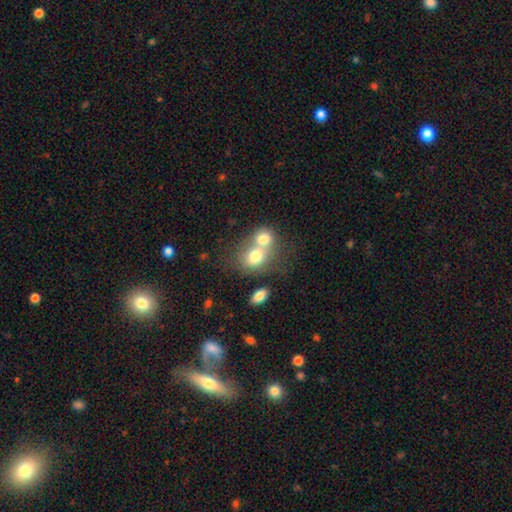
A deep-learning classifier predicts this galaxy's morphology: smooth-or-featured: smooth: 72% | featured or disk: 18% | star or artifact: 10%
  how-rounded: round: 56% | in between: 43% | cigar-shaped: 1%
  merging: merger: 65% | none: 24% | minor disturbance: 7% | major disturbance: 4%